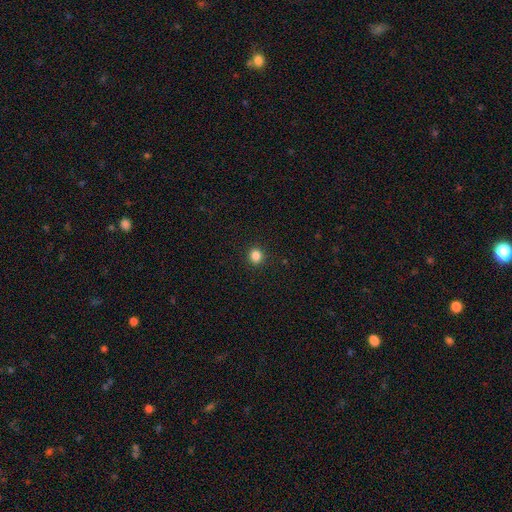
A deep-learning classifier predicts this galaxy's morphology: The model was most divided on "how rounded": round: 84%, in between: 15%, cigar-shaped: 1%. More confident: merging — none (92%); smooth or featured — smooth (84%).